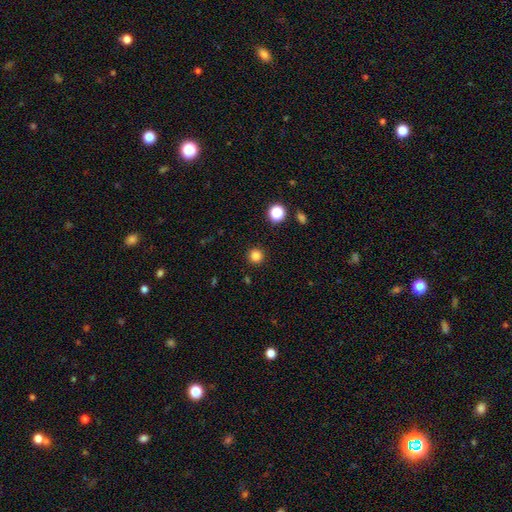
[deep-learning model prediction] The model was most divided on "smooth or featured": smooth: 83%, star or artifact: 14%, featured or disk: 3%. More confident: how rounded — round (95%); merging — none (92%).